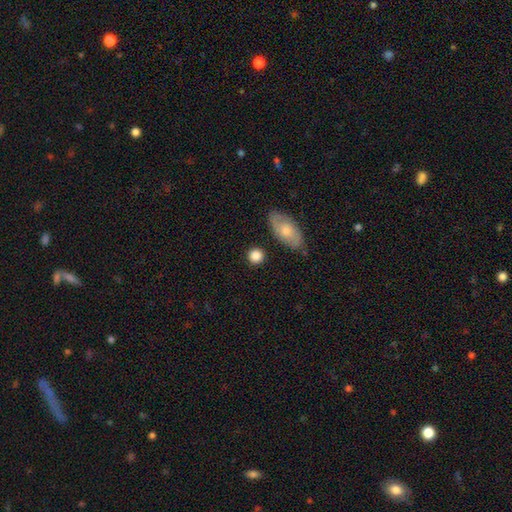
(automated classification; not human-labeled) smooth_or_featured: smooth (p=0.84) [alt: featured or disk p=0.08]
how_rounded: round (p=0.86) [alt: in between p=0.12]
merging: none (p=0.84) [alt: minor disturbance p=0.09]